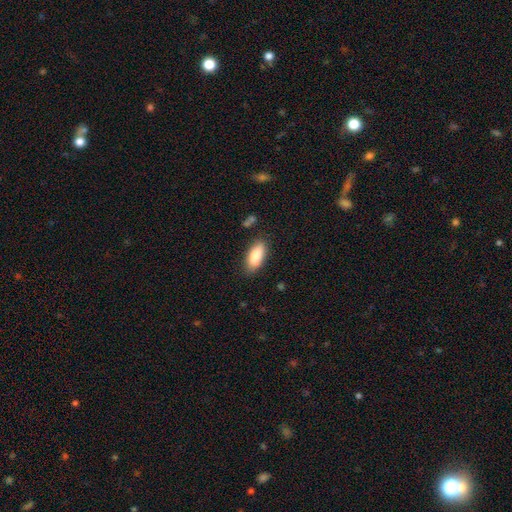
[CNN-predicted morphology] Smooth or featured? smooth (87%)
How rounded? in between (87%)
Merging? none (82%)